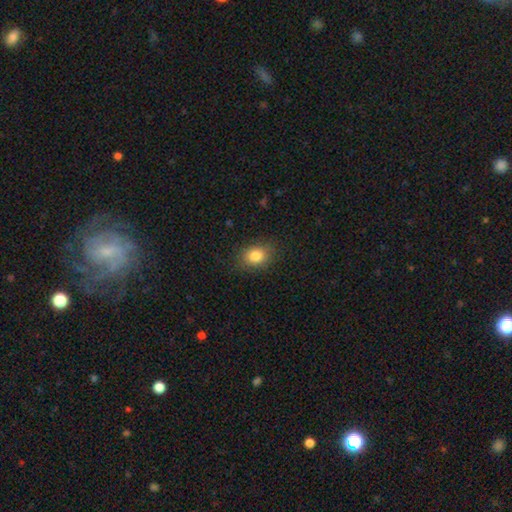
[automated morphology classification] The model was most divided on "how rounded": in between: 57%, round: 42%, cigar-shaped: 1%. More confident: merging — none (84%); smooth or featured — smooth (83%).